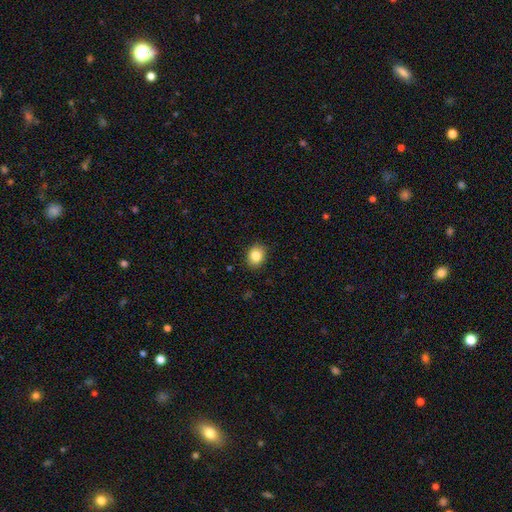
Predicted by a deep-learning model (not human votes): This is clearly a smooth galaxy (85%). How rounded: possibly round (58%). Merging: clearly none (88%).